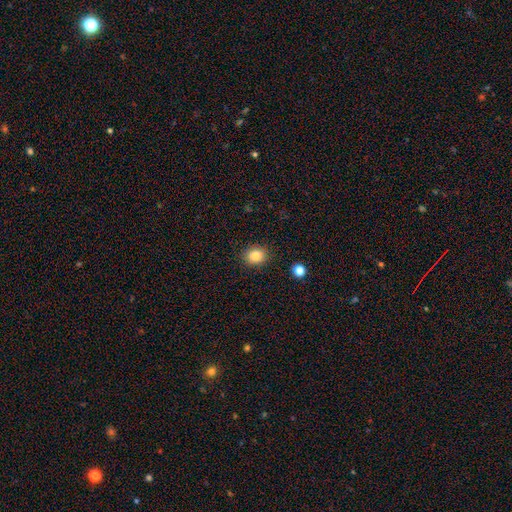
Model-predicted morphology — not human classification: A smooth galaxy with no disk features (83%) that is round (62%).

Vote fractions:
- Smooth or featured? smooth: 83% / star or artifact: 10% / featured or disk: 6%
- How rounded? round: 62% / in between: 37% / cigar-shaped: 1%
- Merging? none: 89% / minor disturbance: 7% / major disturbance: 2% / merger: 1%